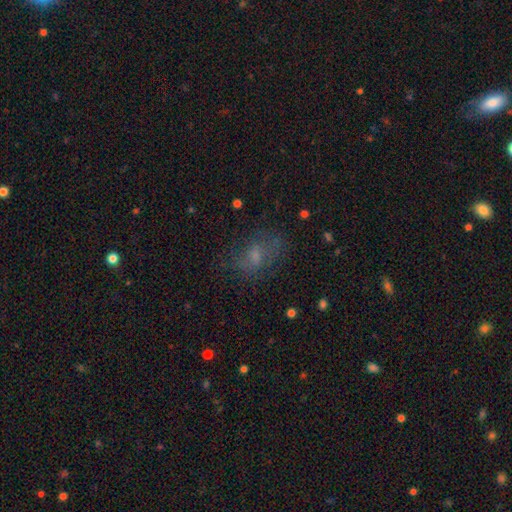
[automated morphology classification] This is possibly a smooth galaxy (54%). How rounded: likely in between (76%). Merging: likely none (60%).